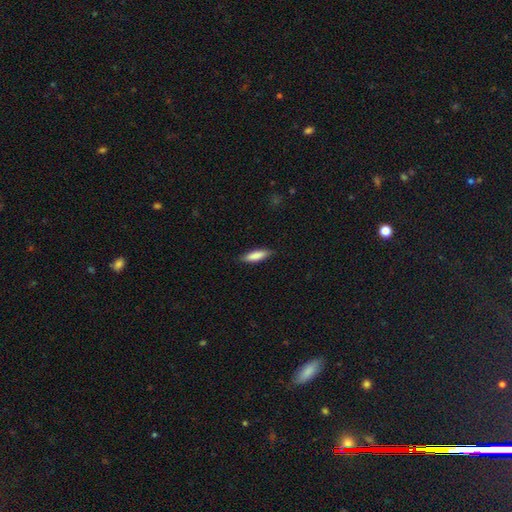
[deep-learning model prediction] smooth_or_featured: smooth (p=0.84) [alt: featured or disk p=0.10]
how_rounded: cigar-shaped (p=0.60) [alt: in between p=0.38]
merging: none (p=0.86) [alt: minor disturbance p=0.11]